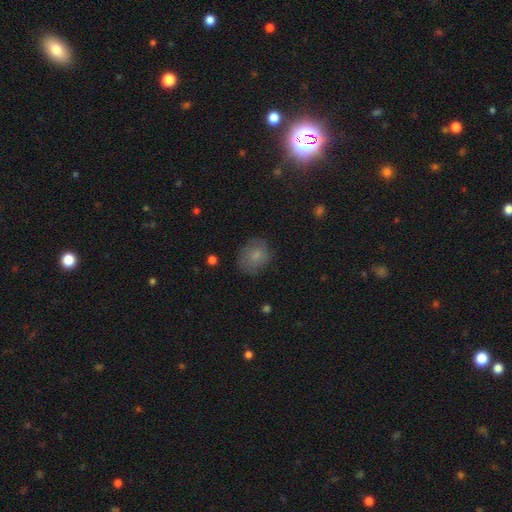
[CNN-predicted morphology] Smooth or featured? Predicted: smooth (p=0.78). How rounded? Predicted: round (p=0.56). Merging? Predicted: none (p=0.72).